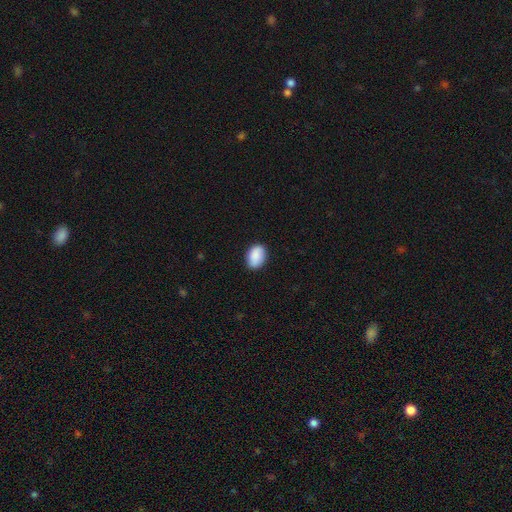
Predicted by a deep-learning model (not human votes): Smooth or featured?
  - smooth: 88% *
  - star or artifact: 7%
  - featured or disk: 5%
How rounded?
  - in between: 82% *
  - round: 17%
  - cigar-shaped: 1%
Merging?
  - none: 86% *
  - minor disturbance: 11%
  - major disturbance: 2%
  - merger: 1%